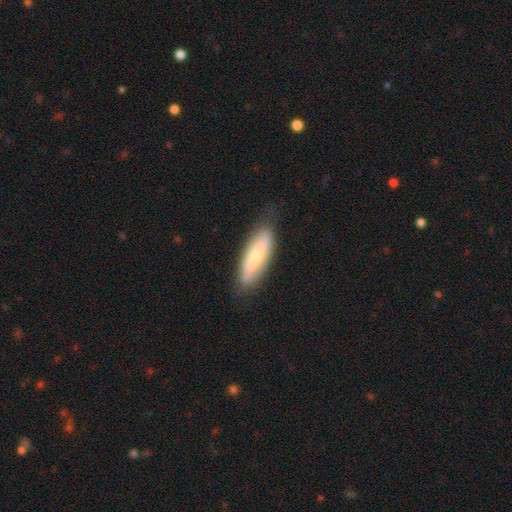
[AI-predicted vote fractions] Smooth or featured? Predicted: smooth (p=0.64). How rounded? Predicted: cigar-shaped (p=0.53). Merging? Predicted: none (p=0.78).